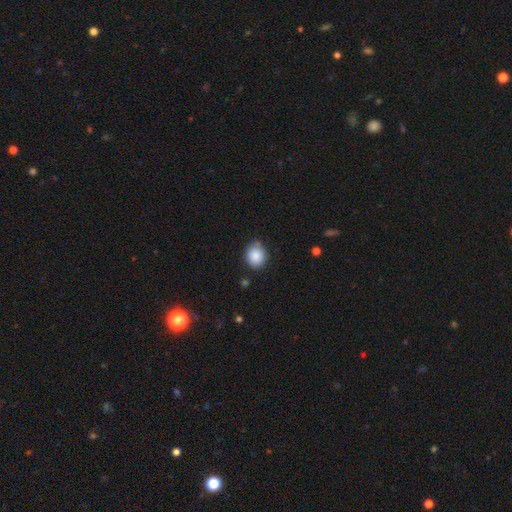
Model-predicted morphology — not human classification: type=smooth (87%); roundness=round (65%); merging=none (75%).